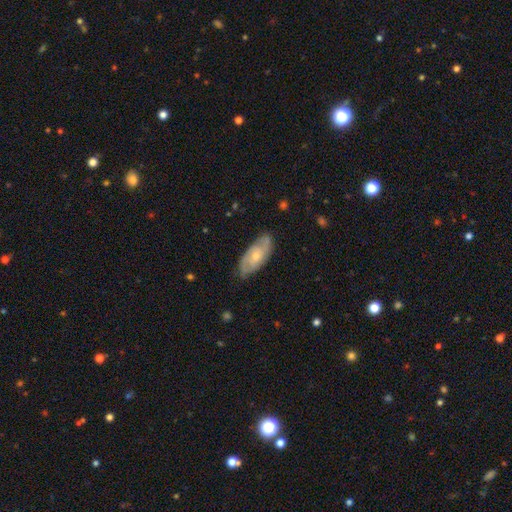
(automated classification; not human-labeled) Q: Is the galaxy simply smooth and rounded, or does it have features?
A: featured or disk — 61%.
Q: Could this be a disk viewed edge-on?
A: no — 90%.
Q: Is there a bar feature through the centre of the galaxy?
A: no — 71%.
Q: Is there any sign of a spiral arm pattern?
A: yes — 83%.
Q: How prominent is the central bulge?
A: small — 56%.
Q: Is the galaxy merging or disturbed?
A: none — 77%.